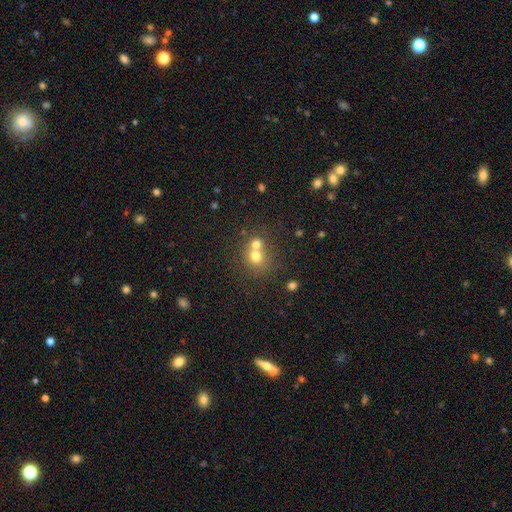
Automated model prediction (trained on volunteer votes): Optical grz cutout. It shows a smooth galaxy with no disk features (70%) that is round (80%). Merging: merger (54%).